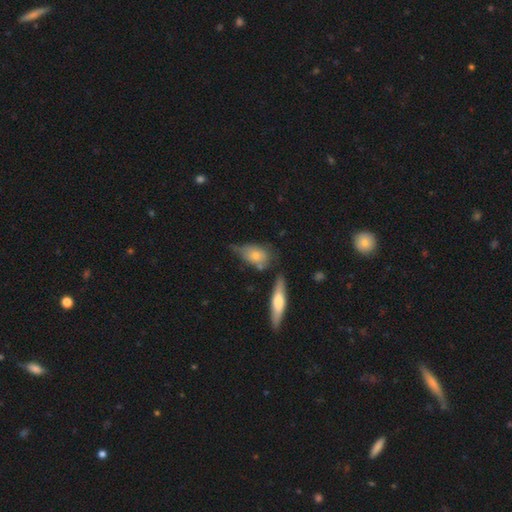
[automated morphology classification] type=smooth (67%); roundness=in between (78%); merging=none (39%).